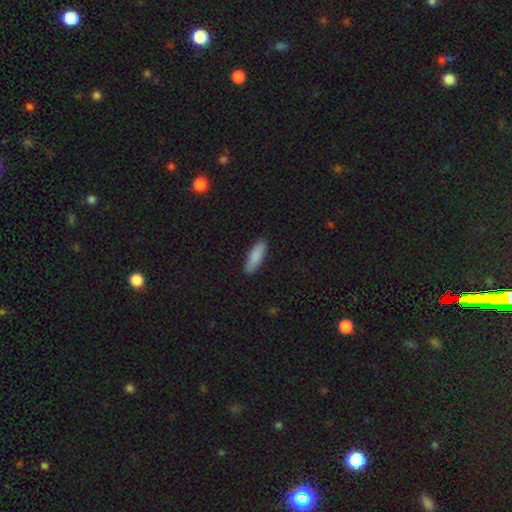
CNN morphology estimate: This appears to be a smooth galaxy with no disk features (87%) that is cigar-shaped (51%). Merging: none (87%).